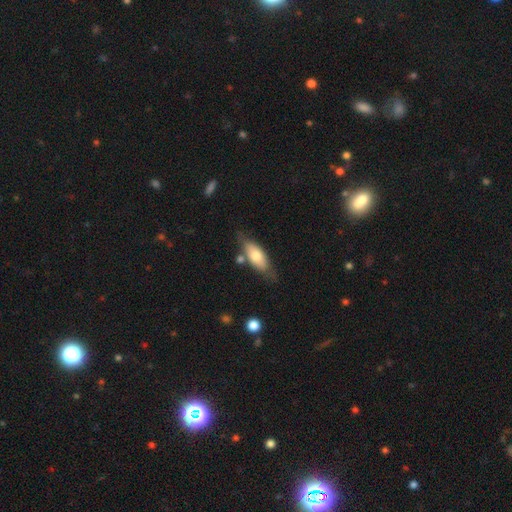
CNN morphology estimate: smooth-or-featured: smooth: 68% | featured or disk: 27% | star or artifact: 6%
  how-rounded: in between: 74% | cigar-shaped: 24% | round: 2%
  merging: none: 66% | minor disturbance: 20% | merger: 9% | major disturbance: 5%